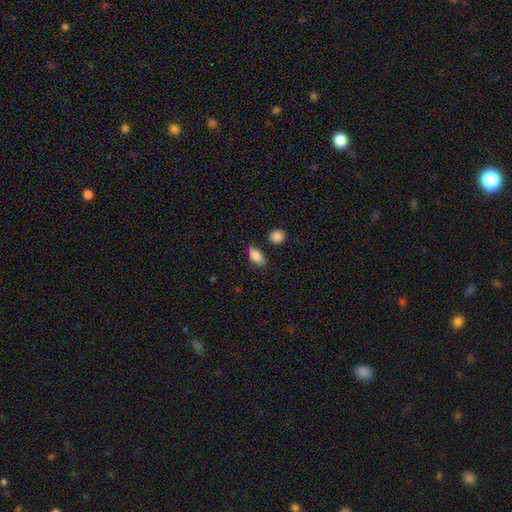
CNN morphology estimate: This appears to be a smooth galaxy with no disk features (84%) that is in between round and cigar-shaped (86%). Merging: none (77%).